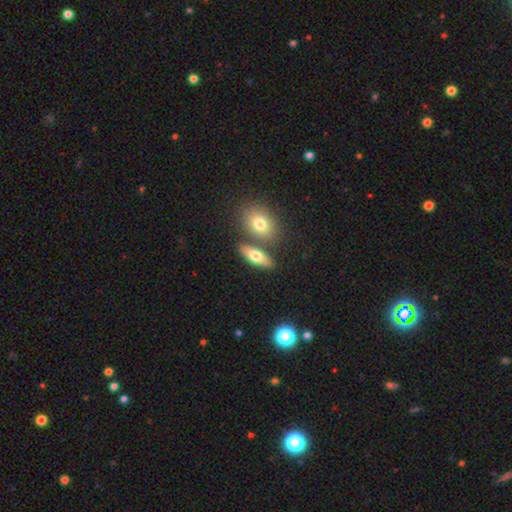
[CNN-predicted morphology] smooth 67%, featured or disk 26%, star or artifact 8%. Down the decision tree: how rounded — in between (70%); merging — none (68%).